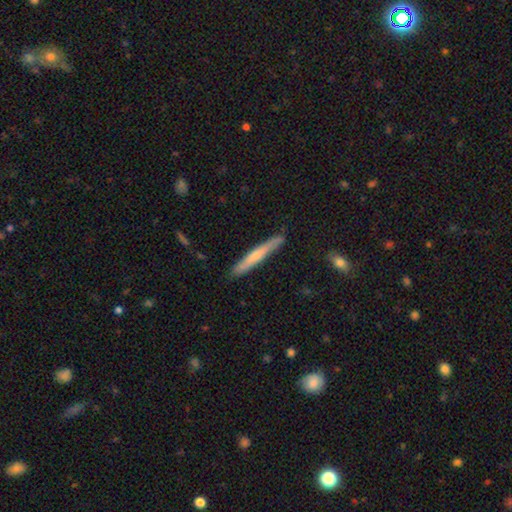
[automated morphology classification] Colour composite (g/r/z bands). It shows a smooth galaxy with no disk features (58%) that is cigar-shaped (96%). Merging: none (87%).